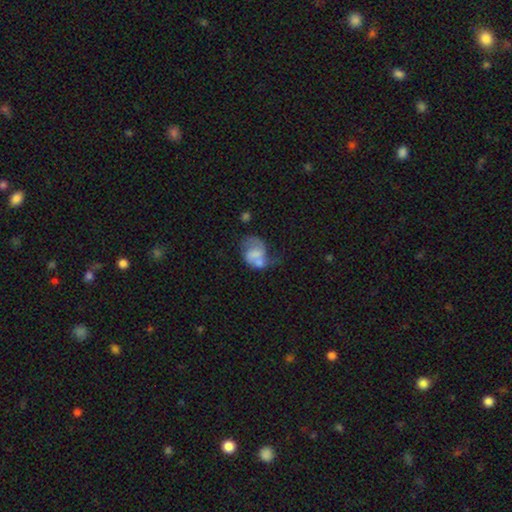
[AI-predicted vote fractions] Smooth or featured?
  - featured or disk: 49% *
  - smooth: 43%
  - star or artifact: 9%
Merging?
  - major disturbance: 29% *
  - merger: 27%
  - none: 23%
  - minor disturbance: 21%